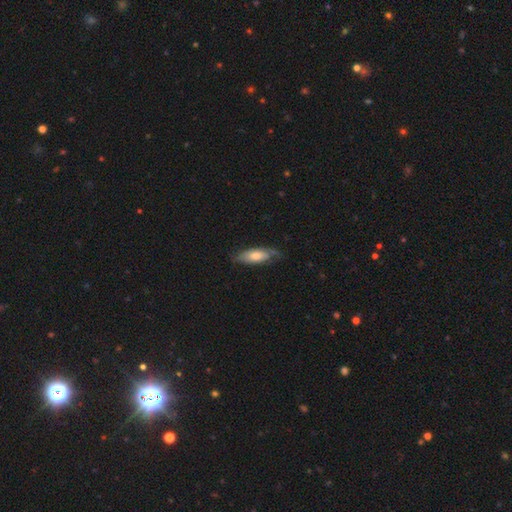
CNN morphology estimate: Smooth or featured?
  - smooth: 56% *
  - featured or disk: 38%
  - star or artifact: 6%
How rounded?
  - in between: 68% *
  - cigar-shaped: 29%
  - round: 2%
Merging?
  - none: 62% *
  - minor disturbance: 27%
  - major disturbance: 9%
  - merger: 1%